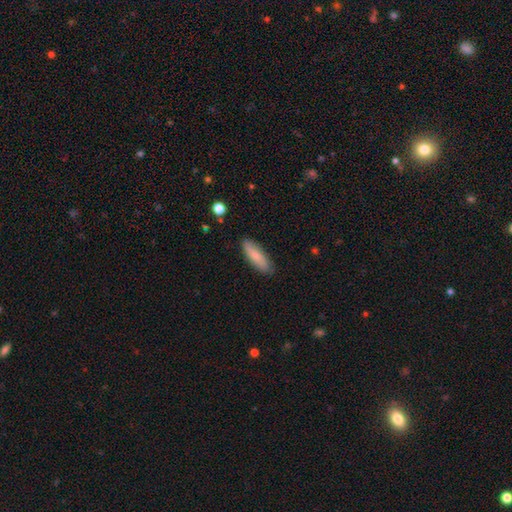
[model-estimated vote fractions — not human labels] Smooth or featured? Predicted: smooth (p=0.76). How rounded? Predicted: in between (p=0.50). Merging? Predicted: none (p=0.85).